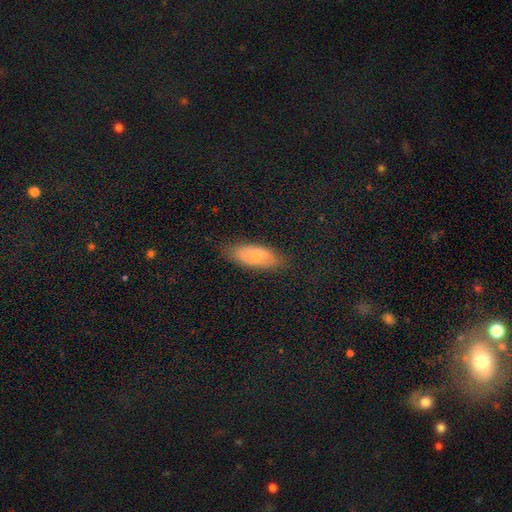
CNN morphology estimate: The model was most divided on "smooth or featured": smooth: 68%, featured or disk: 25%, star or artifact: 8%. More confident: how rounded — in between (82%); merging — none (79%).